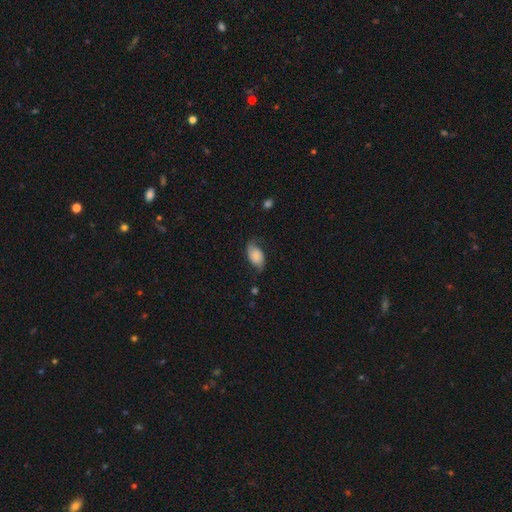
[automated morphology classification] type=smooth (58%); roundness=in between (90%); merging=none (58%).